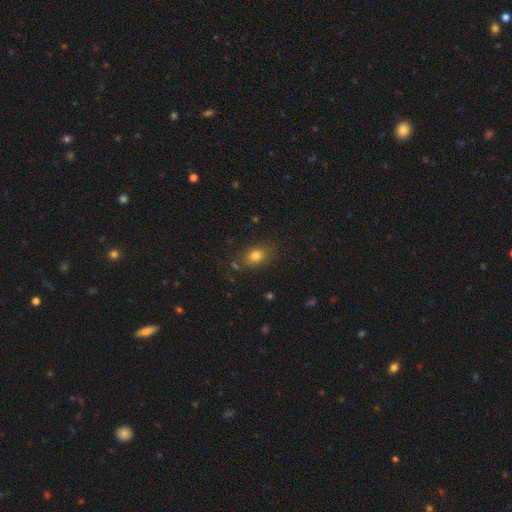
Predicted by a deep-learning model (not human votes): Morphology: type=smooth (78%); roundness=in between (68%); merging=none (78%).